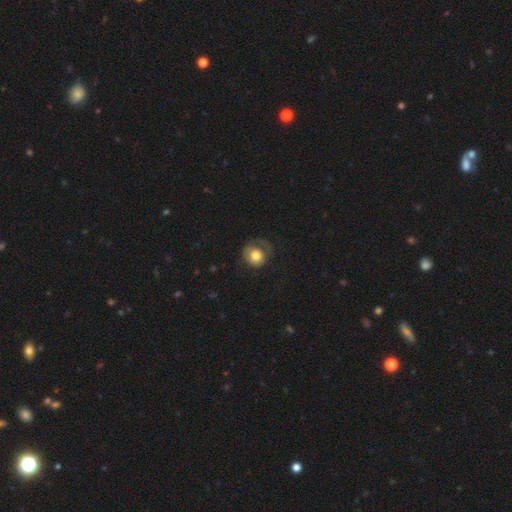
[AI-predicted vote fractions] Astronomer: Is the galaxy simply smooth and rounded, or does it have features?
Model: smooth — 69%.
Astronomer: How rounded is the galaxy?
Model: round — 82%.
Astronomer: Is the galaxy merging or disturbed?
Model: none — 47% (runner-up: major disturbance, 28%).